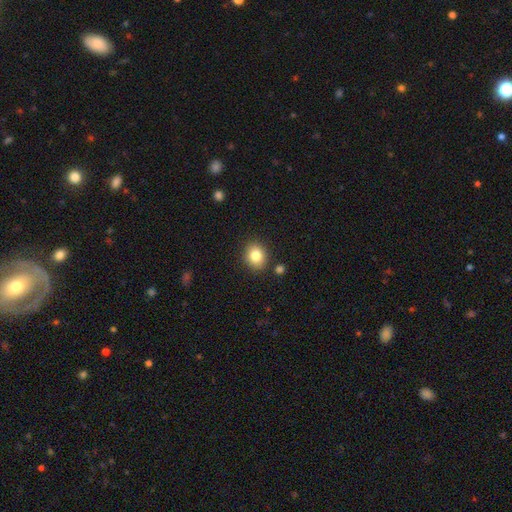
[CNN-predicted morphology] Smooth or featured? Predicted: smooth (p=0.82). How rounded? Predicted: round (p=0.65). Merging? Predicted: none (p=0.85).